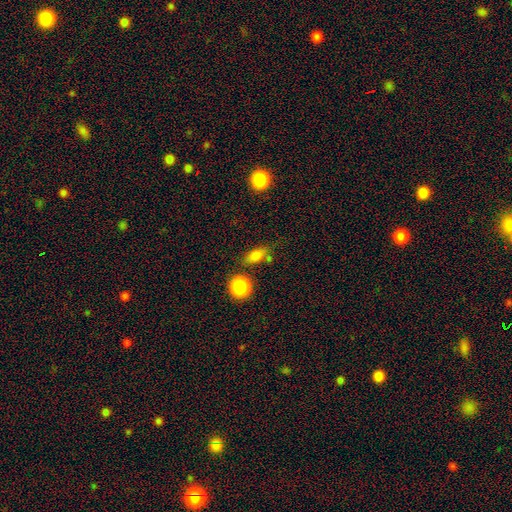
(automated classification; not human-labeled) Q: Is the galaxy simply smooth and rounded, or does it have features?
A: smooth — 78%.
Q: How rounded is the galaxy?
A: in between — 72%.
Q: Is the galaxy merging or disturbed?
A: none — 70%.